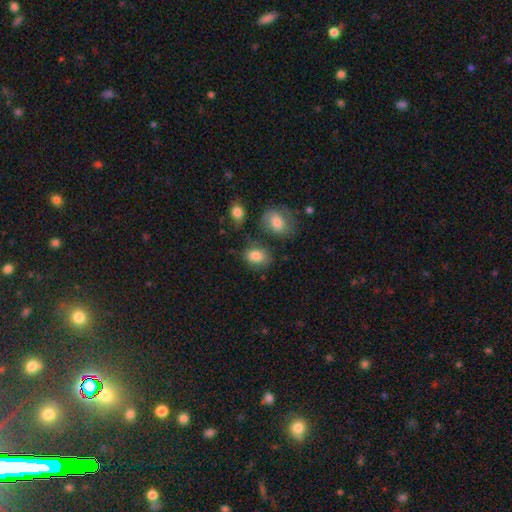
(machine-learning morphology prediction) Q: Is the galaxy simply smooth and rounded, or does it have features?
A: smooth — 83%.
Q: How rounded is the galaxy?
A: in between — 71%.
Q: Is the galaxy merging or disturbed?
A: none — 65%.